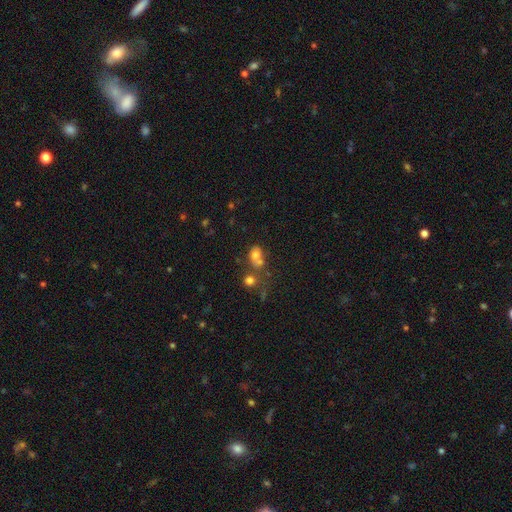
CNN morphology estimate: smooth 70%, star or artifact 16%, featured or disk 15%. Down the decision tree: how rounded — round (50%); merging — merger (43%).